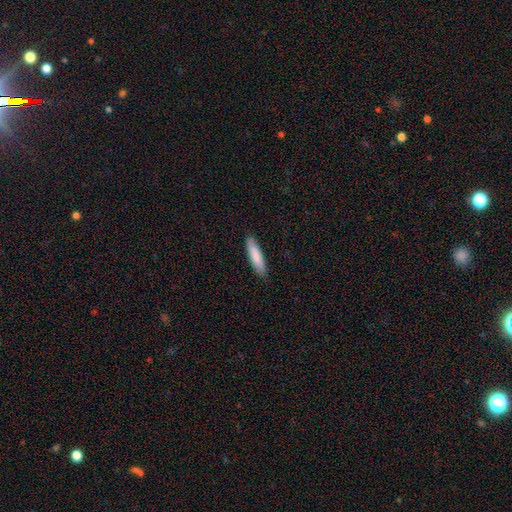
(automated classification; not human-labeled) This is clearly a smooth galaxy (85%). How rounded: likely cigar-shaped (73%). Merging: clearly none (87%).